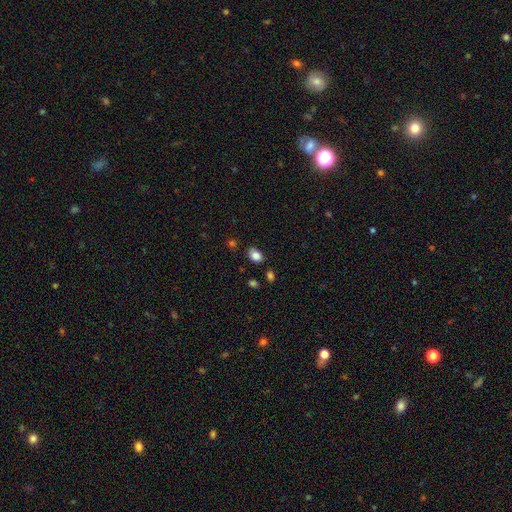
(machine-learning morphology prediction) Smooth or featured? smooth (84%)
How rounded? in between (78%)
Merging? none (80%)